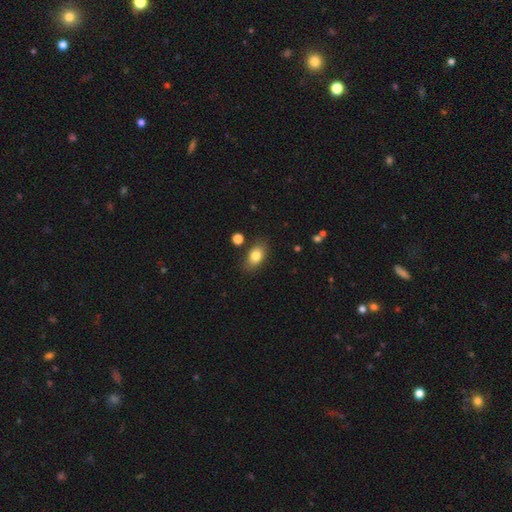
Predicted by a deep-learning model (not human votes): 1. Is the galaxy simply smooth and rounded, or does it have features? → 80% smooth, 11% featured or disk, 9% star or artifact.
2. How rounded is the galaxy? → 85% in between, 12% round, 3% cigar-shaped.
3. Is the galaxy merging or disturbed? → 81% none, 13% minor disturbance, 3% merger, 3% major disturbance.